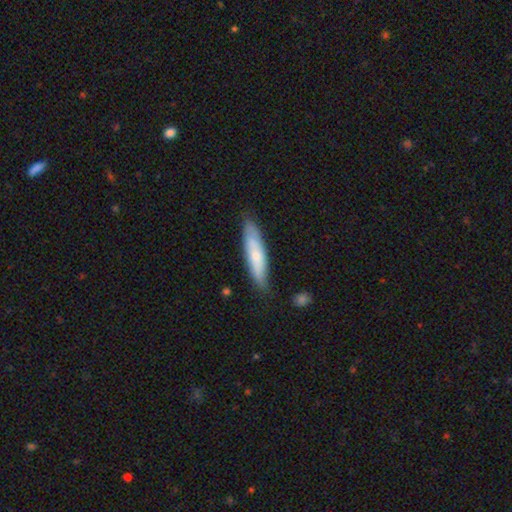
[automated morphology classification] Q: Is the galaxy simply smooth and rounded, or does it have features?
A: smooth — 60%.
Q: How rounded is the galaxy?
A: cigar-shaped — 77%.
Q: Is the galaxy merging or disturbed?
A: none — 79%.